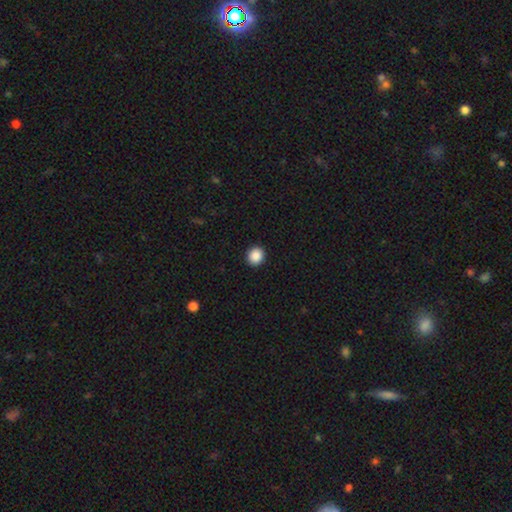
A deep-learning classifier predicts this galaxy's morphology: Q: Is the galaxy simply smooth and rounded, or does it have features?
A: smooth — 89%.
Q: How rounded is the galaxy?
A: round — 87%.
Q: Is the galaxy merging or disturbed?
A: none — 92%.